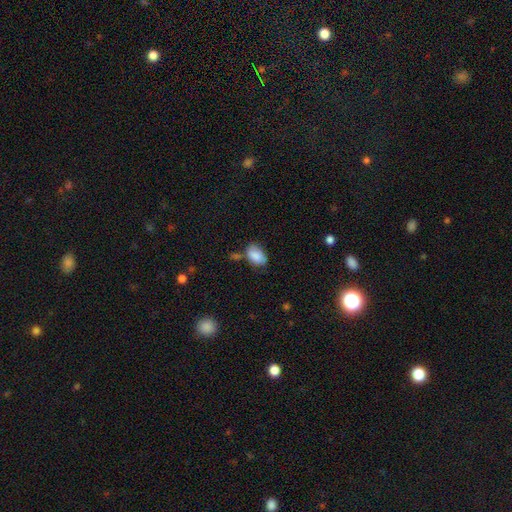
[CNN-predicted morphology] Q: Smooth or featured?
A: smooth (86%); runner-up: star or artifact (7%)
Q: How rounded?
A: in between (88%); runner-up: round (10%)
Q: Merging?
A: none (58%); runner-up: minor disturbance (25%)